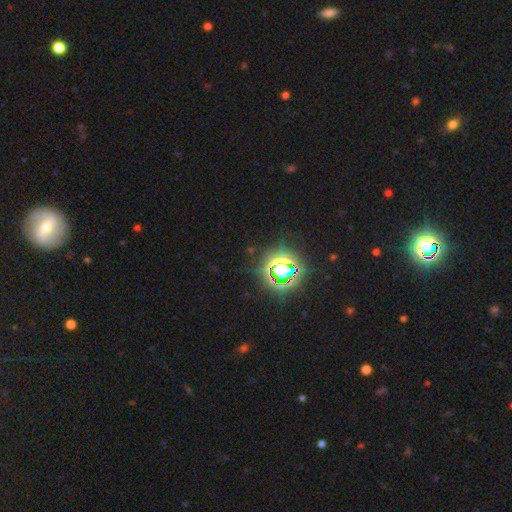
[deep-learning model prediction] smooth_or_featured: star or artifact (p=0.81) [alt: smooth p=0.13]